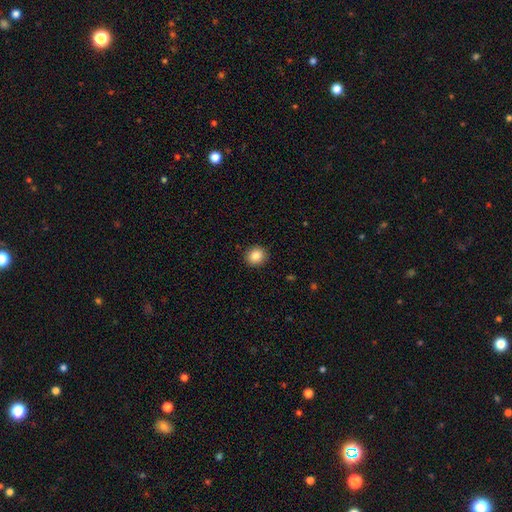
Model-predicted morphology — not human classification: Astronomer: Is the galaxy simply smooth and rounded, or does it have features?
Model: smooth — 86%.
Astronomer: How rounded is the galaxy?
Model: round — 85%.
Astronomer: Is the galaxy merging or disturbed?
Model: none — 91%.